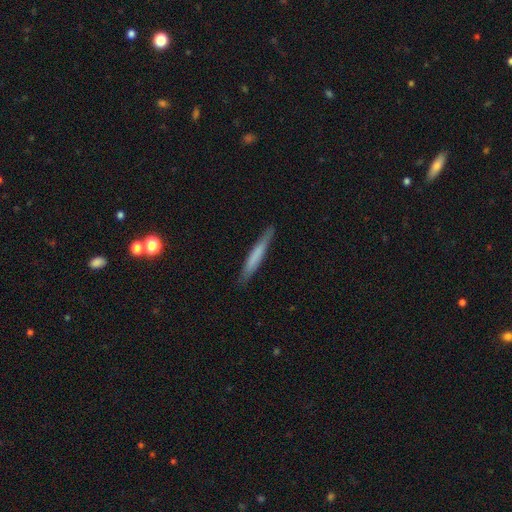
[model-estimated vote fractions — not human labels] Smooth or featured: smooth — 64% (featured or disk — 30%)
How rounded: cigar-shaped — 95% (in between — 3%)
Merging: none — 87% (minor disturbance — 10%)